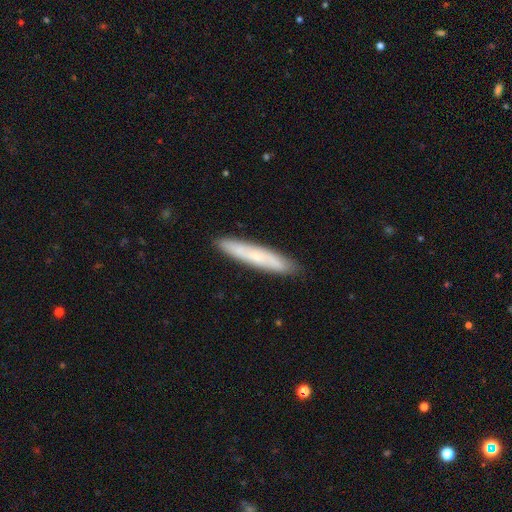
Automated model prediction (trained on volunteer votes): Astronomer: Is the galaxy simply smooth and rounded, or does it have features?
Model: smooth — 60%.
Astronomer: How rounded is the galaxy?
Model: cigar-shaped — 93%.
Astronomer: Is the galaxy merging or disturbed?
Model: none — 89%.